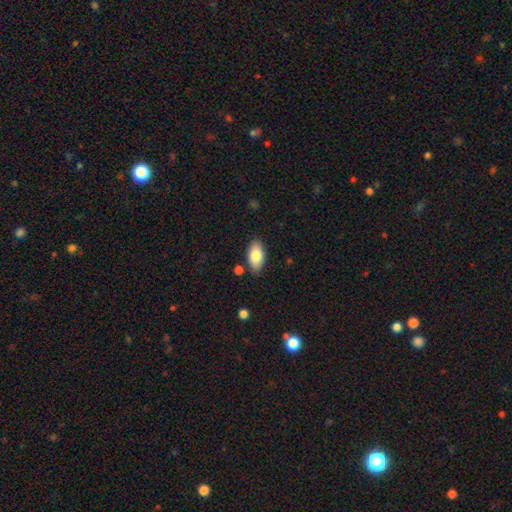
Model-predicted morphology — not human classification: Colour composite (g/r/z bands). It shows a smooth galaxy with no disk features (84%) that is in between round and cigar-shaped (93%). Merging: none (83%).